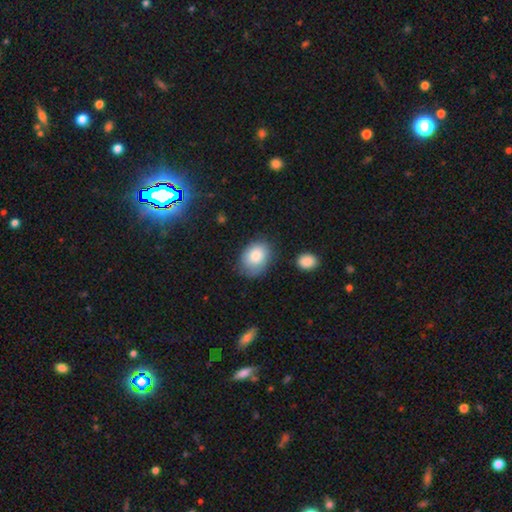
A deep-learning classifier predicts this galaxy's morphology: A smooth galaxy with no disk features (82%) that is in between round and cigar-shaped (67%). Merging: none (72%).